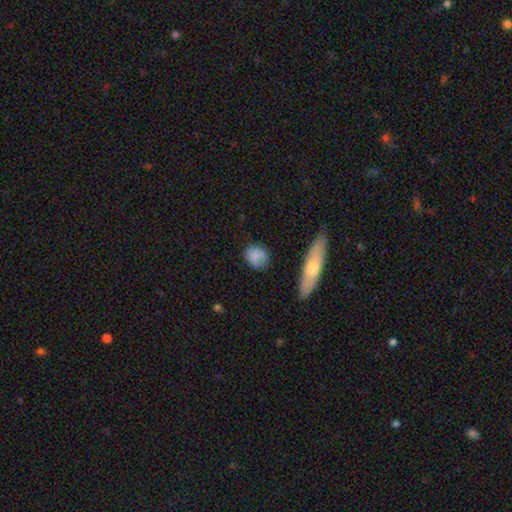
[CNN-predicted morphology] This appears to be a smooth galaxy with no disk features (80%) that is round (61%). Merging: none (70%).